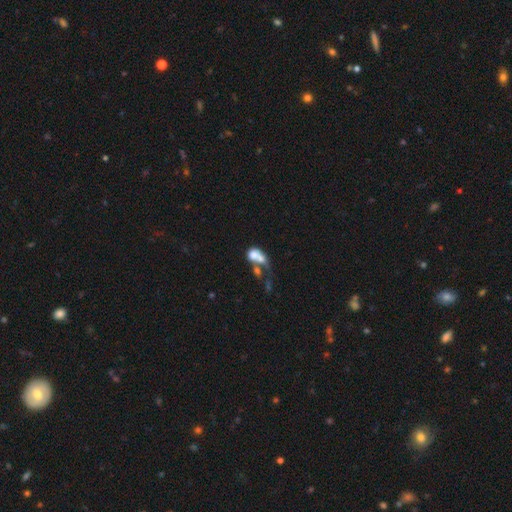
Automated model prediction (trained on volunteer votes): This is possibly a smooth galaxy (59%). How rounded: likely in between (70%). Merging: possibly merger (60%).